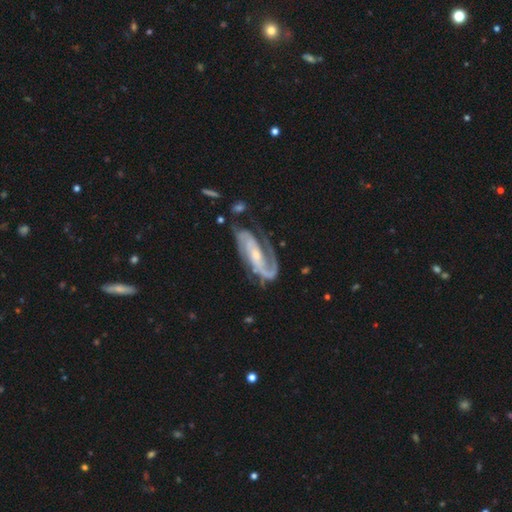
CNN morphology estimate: smooth-or-featured: featured or disk: 90% | smooth: 5% | star or artifact: 4%
  disk-edge-on: no: 94% | yes: 6%
    bar: no: 36% | weak: 33% | strong: 31%
    has-spiral-arms: yes: 97% | no: 3%
      spiral-winding: medium: 45% | tight: 41% | loose: 14%
      spiral-arm-count: 2: 81% | 1: 8% | can't tell: 5% | 3: 3% | 4: 1% | more than 4: 1%
    bulge-size: small: 59% | moderate: 35% | none: 2% | large: 2% | dominant: 1%
  merging: none: 63% | minor disturbance: 20% | major disturbance: 13% | merger: 4%